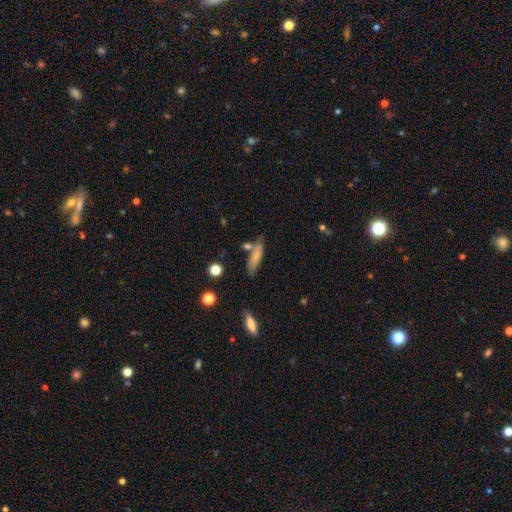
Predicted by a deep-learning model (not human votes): Q: Smooth or featured?
A: smooth (74%); runner-up: featured or disk (18%)
Q: How rounded?
A: cigar-shaped (65%); runner-up: in between (32%)
Q: Merging?
A: none (61%); runner-up: minor disturbance (18%)